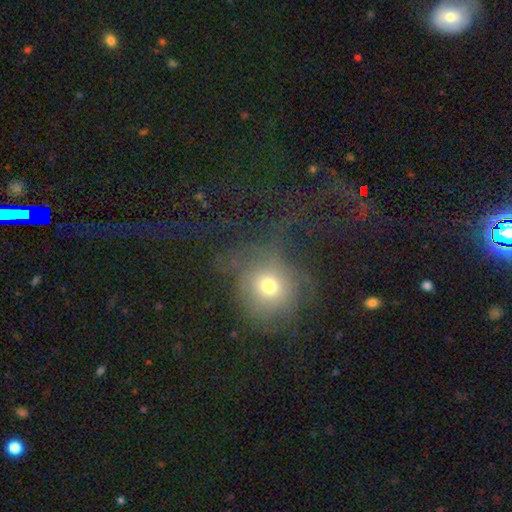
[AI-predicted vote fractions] Smooth or featured? smooth (51%)
How rounded? round (88%)
Merging? none (43%)